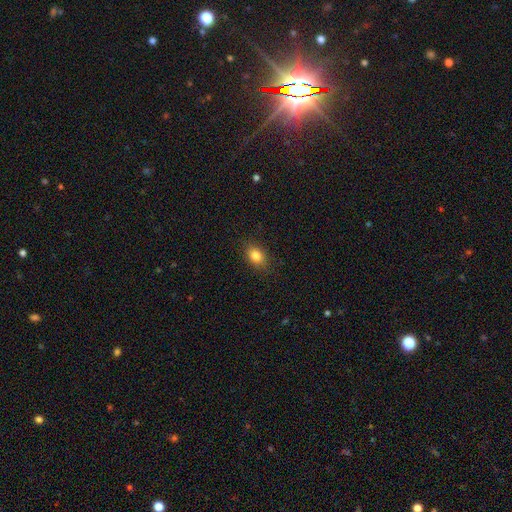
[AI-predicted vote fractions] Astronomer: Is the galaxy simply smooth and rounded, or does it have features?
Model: smooth — 83%.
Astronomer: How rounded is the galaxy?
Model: in between — 74%.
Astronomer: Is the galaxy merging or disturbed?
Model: none — 87%.